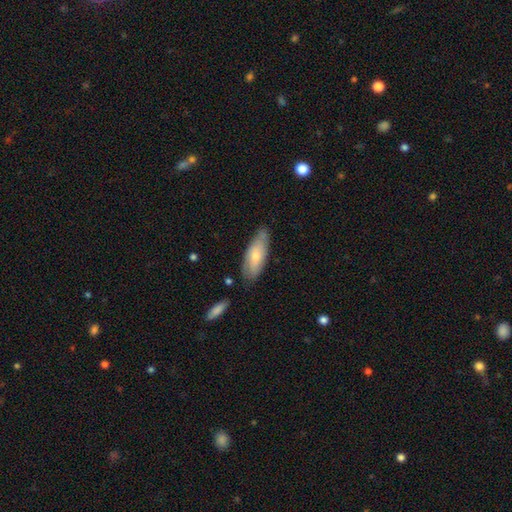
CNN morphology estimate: This is likely a smooth galaxy (65%). How rounded: likely in between (70%). Merging: likely none (71%).